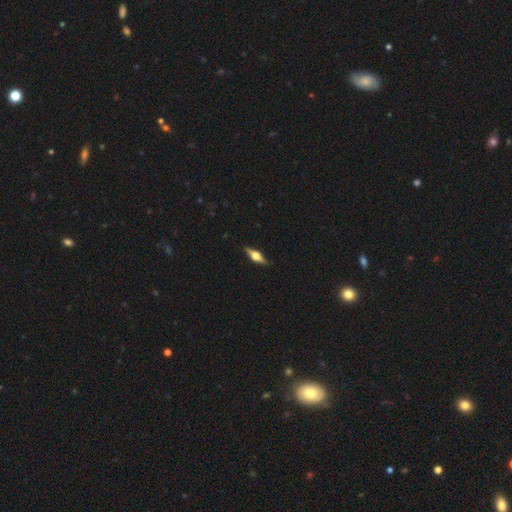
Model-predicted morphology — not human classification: Q: Smooth or featured?
A: featured or disk (63%); runner-up: smooth (31%)
Q: Edge-on disk?
A: yes (95%); runner-up: no (5%)
Q: Edge-on bulge?
A: rounded (93%); runner-up: boxy (6%)
Q: Merging?
A: none (89%); runner-up: minor disturbance (9%)